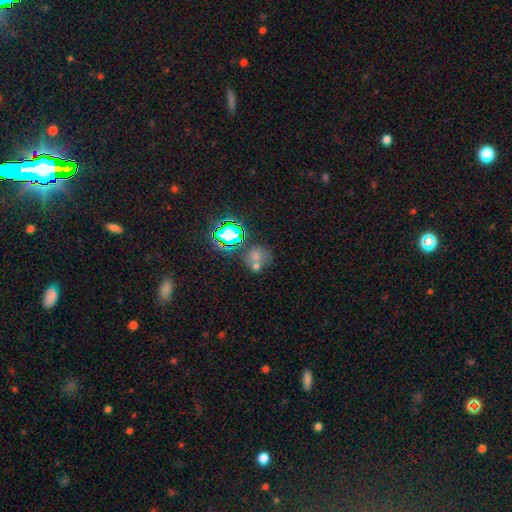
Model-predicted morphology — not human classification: This appears to be a smooth galaxy with no disk features (58%) that is round (74%). Merging: none (49%).